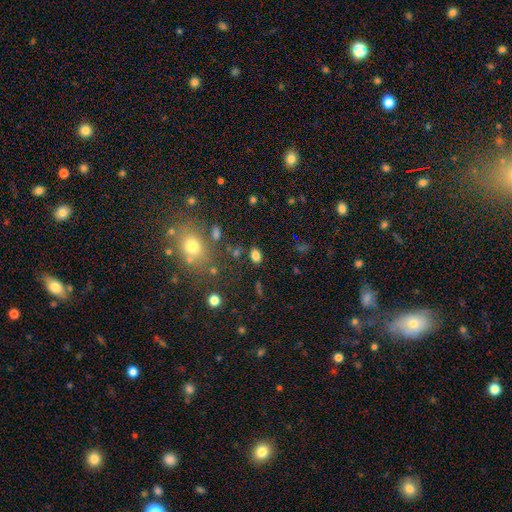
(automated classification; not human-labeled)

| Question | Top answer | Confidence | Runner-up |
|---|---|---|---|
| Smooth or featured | smooth | 79% | star or artifact (14%) |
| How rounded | in between | 83% | round (15%) |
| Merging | none | 82% | minor disturbance (10%) |